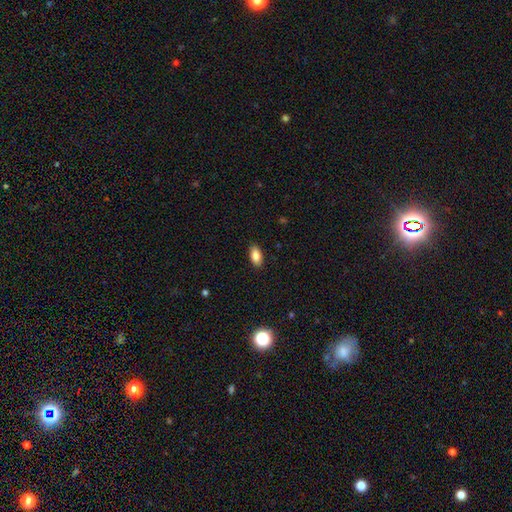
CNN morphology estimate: type=smooth (86%); roundness=in between (91%); merging=none (88%).